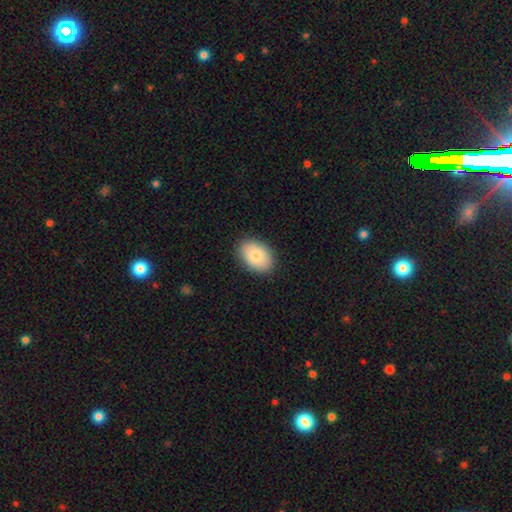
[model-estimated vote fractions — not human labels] Smooth or featured: smooth — 81% (featured or disk — 12%)
How rounded: in between — 82% (round — 17%)
Merging: none — 88% (minor disturbance — 9%)